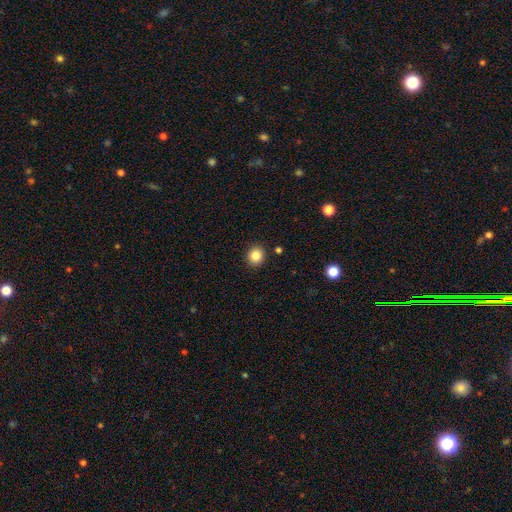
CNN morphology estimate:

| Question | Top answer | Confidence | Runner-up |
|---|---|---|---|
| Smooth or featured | smooth | 84% | star or artifact (11%) |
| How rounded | round | 85% | in between (14%) |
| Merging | none | 91% | minor disturbance (6%) |